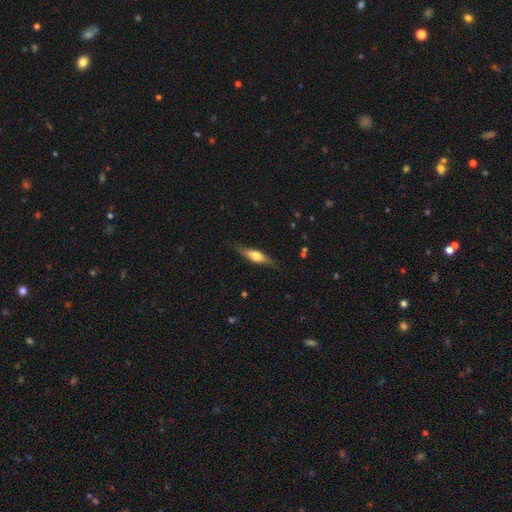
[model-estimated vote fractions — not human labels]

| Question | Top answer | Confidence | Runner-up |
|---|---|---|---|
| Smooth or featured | smooth | 49% | featured or disk (45%) |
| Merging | none | 80% | minor disturbance (16%) |